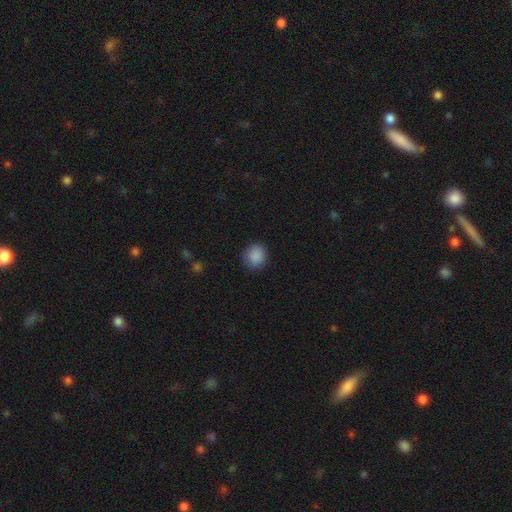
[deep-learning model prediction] Smooth or featured? smooth (88%)
How rounded? round (82%)
Merging? none (87%)